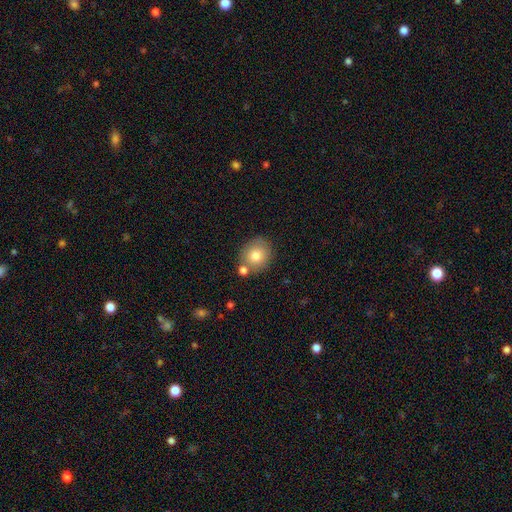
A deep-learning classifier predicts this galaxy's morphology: A smooth galaxy with no disk features (78%) that is round (79%).

Vote fractions:
- Smooth or featured? smooth: 78% / featured or disk: 13% / star or artifact: 10%
- How rounded? round: 79% / in between: 20% / cigar-shaped: 1%
- Merging? none: 70% / merger: 16% / minor disturbance: 11% / major disturbance: 3%